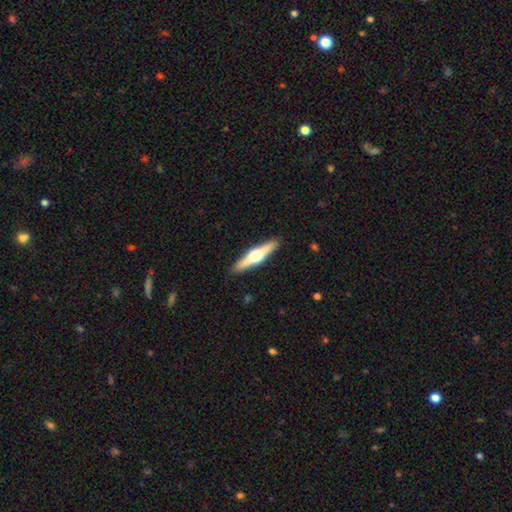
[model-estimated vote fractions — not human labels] Morphology: type=featured or disk (64%); edge-on=yes (97%); edge-on bulge=rounded (96%); merging=none (91%).